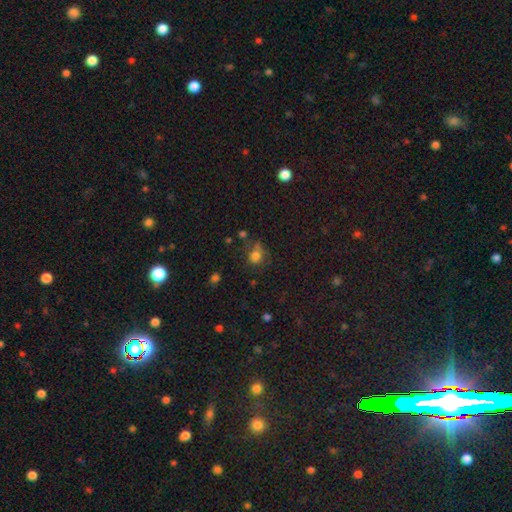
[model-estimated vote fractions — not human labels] A smooth galaxy with no disk features (73%) that is round (61%).

Vote fractions:
- Smooth or featured? smooth: 73% / star or artifact: 17% / featured or disk: 10%
- How rounded? round: 61% / in between: 38% / cigar-shaped: 1%
- Merging? none: 51% / minor disturbance: 25% / major disturbance: 15% / merger: 9%